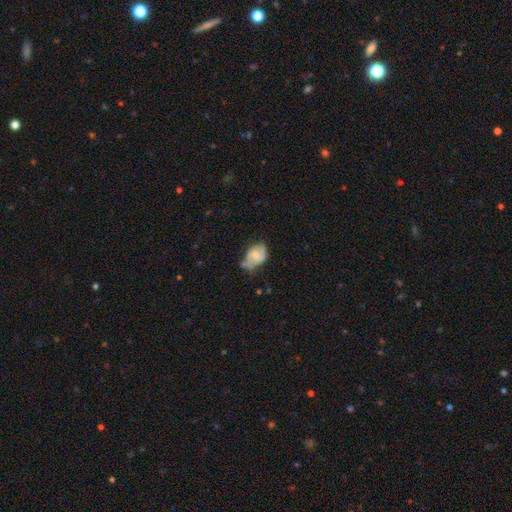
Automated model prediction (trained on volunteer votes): Smooth or featured? Predicted: smooth (p=0.53). How rounded? Predicted: in between (p=0.81). Merging? Predicted: none (p=0.41).